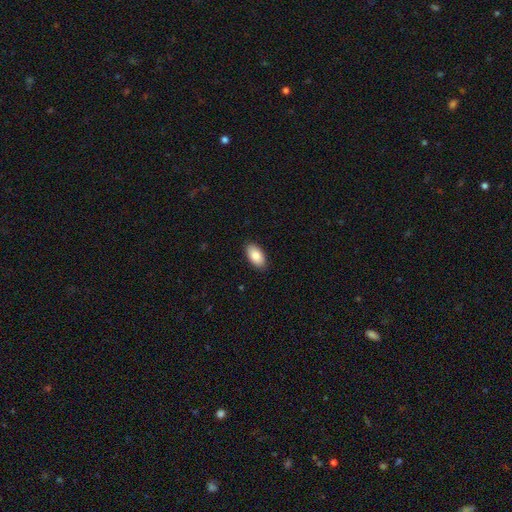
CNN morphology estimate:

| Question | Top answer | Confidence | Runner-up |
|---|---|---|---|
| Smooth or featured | smooth | 87% | featured or disk (6%) |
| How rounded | in between | 95% | round (3%) |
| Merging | none | 89% | minor disturbance (8%) |